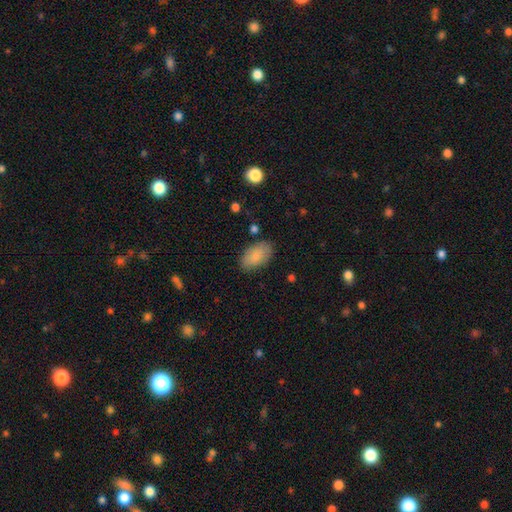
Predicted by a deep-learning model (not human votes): Overall: smooth (85%). How rounded: in between (94%). Merging: none (83%).